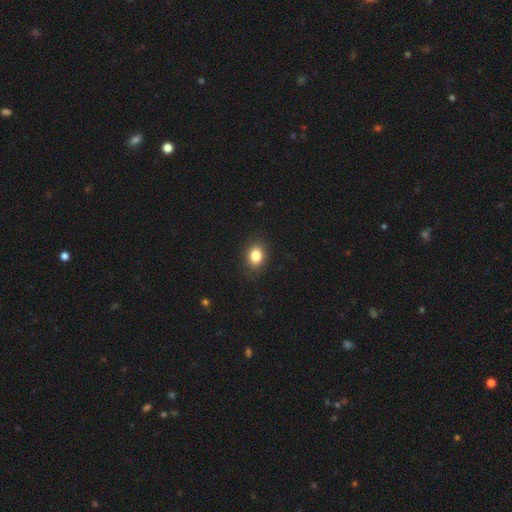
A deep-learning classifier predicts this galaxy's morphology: Q: Smooth or featured?
A: smooth (85%); runner-up: star or artifact (10%)
Q: How rounded?
A: in between (60%); runner-up: round (39%)
Q: Merging?
A: none (87%); runner-up: minor disturbance (10%)